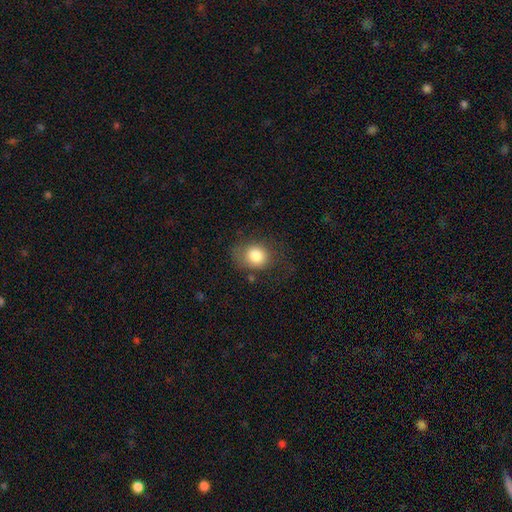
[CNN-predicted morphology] A smooth galaxy with no disk features (82%) that is round (61%).

Vote fractions:
- Smooth or featured? smooth: 82% / featured or disk: 9% / star or artifact: 9%
- How rounded? round: 61% / in between: 38% / cigar-shaped: 1%
- Merging? none: 58% / minor disturbance: 24% / major disturbance: 15% / merger: 3%